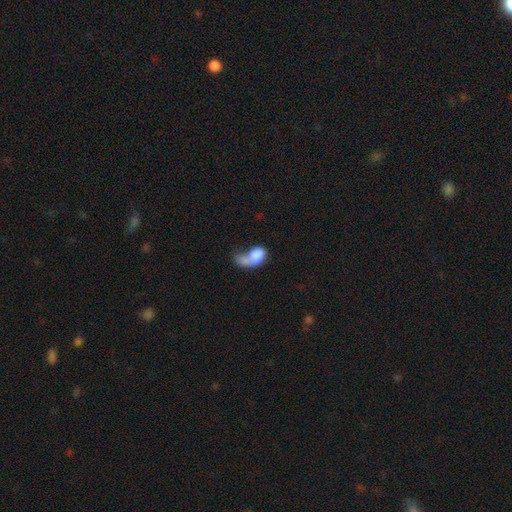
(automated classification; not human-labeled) Q: Smooth or featured?
A: smooth (68%); runner-up: featured or disk (24%)
Q: How rounded?
A: in between (81%); runner-up: round (16%)
Q: Merging?
A: merger (35%); runner-up: major disturbance (34%)